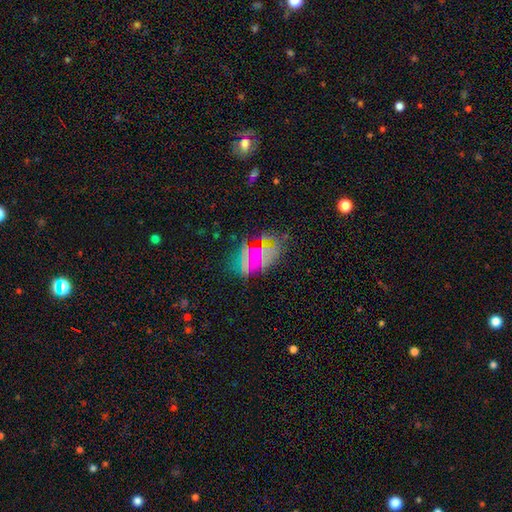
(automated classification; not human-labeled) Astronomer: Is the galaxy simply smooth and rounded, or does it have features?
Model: star or artifact — 37% (runner-up: smooth, 34%).